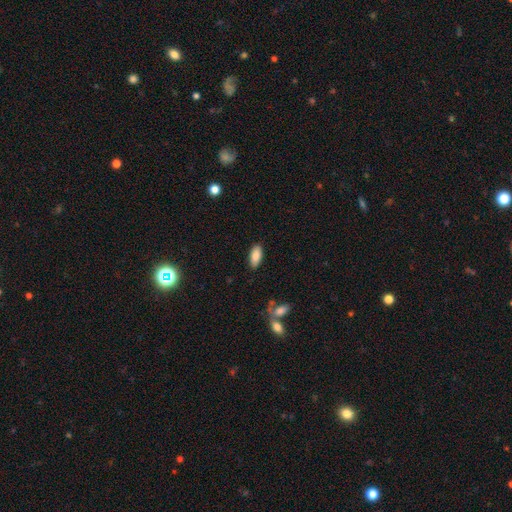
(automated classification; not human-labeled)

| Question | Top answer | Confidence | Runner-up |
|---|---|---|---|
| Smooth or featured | smooth | 86% | featured or disk (7%) |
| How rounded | in between | 86% | cigar-shaped (12%) |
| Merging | none | 87% | minor disturbance (9%) |